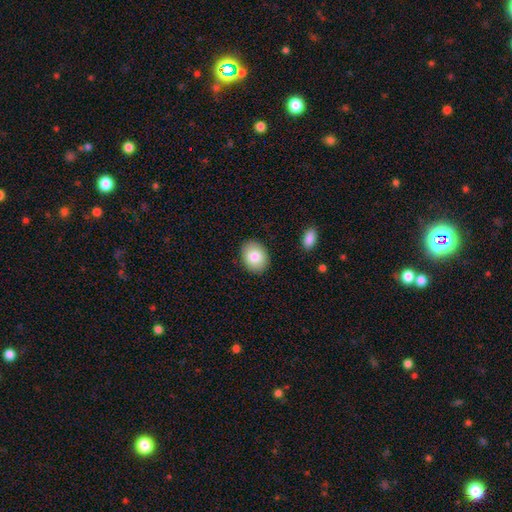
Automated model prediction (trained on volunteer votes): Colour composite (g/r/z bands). It shows a smooth galaxy with no disk features (83%) that is in between round and cigar-shaped (61%). Merging: none (88%).